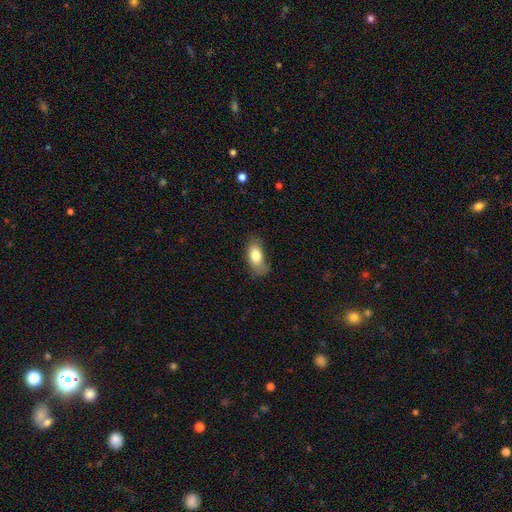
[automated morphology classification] Smooth or featured: smooth — 79% (featured or disk — 14%)
How rounded: in between — 88% (cigar-shaped — 6%)
Merging: none — 59% (minor disturbance — 29%)